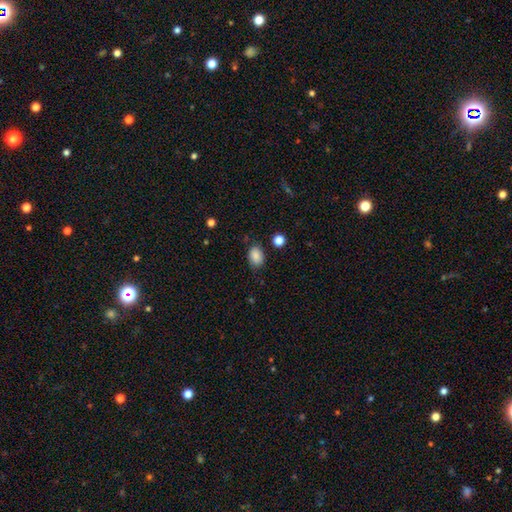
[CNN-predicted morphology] smooth 88%, star or artifact 8%, featured or disk 4%. Down the decision tree: how rounded — in between (81%); merging — none (80%).